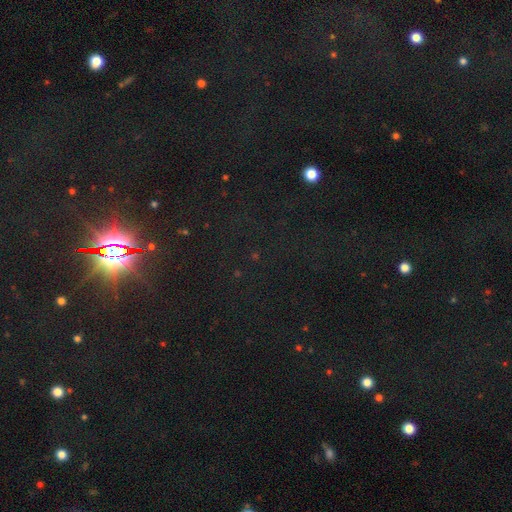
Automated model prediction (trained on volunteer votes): star or artifact 83%, smooth 10%, featured or disk 7%.